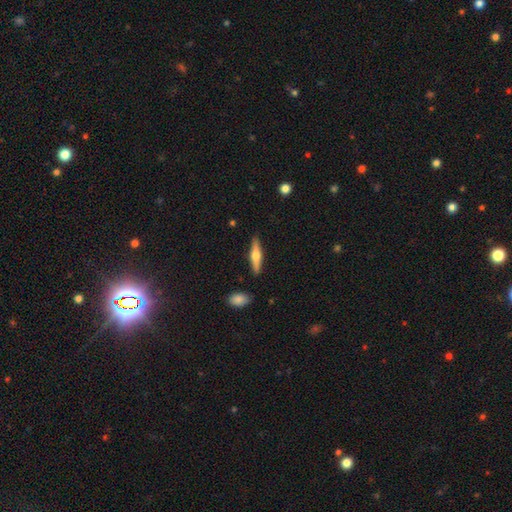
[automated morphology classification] A featured or disk galaxy (57%) viewed edge-on (96%) with a rounded central bulge (93%).

Vote fractions:
- Smooth or featured? featured or disk: 57% / smooth: 37% / star or artifact: 6%
- Edge-on disk? yes: 96% / no: 4%
- Edge-on bulge? rounded: 93% / boxy: 4% / none: 3%
- Merging? none: 88% / minor disturbance: 8% / merger: 2% / major disturbance: 2%